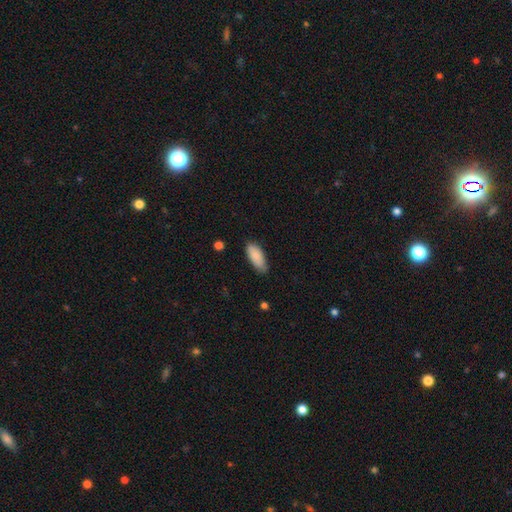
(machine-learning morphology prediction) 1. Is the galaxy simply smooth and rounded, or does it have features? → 88% smooth, 6% star or artifact, 6% featured or disk.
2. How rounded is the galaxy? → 83% in between, 16% cigar-shaped, 2% round.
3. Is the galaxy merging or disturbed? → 77% none, 19% minor disturbance, 3% major disturbance, 1% merger.